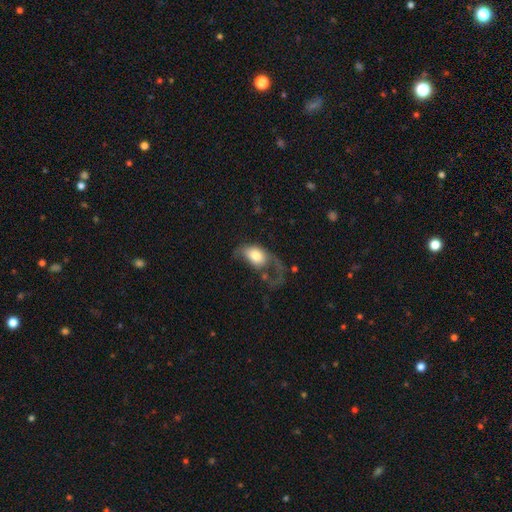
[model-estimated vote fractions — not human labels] smooth_or_featured: smooth (p=0.62) [alt: featured or disk p=0.31]
how_rounded: in between (p=0.81) [alt: round p=0.17]
merging: major disturbance (p=0.63) [alt: none p=0.16]